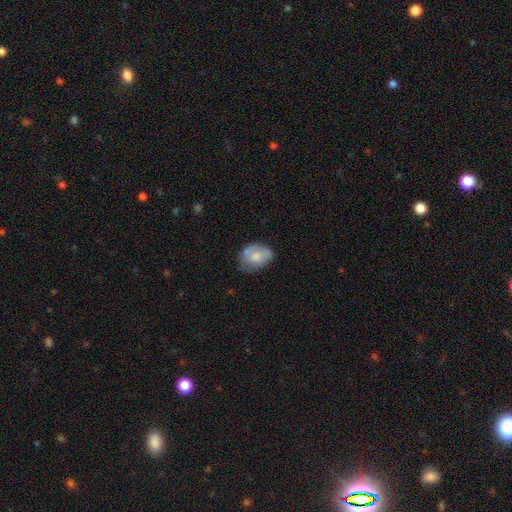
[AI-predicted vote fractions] A smooth galaxy with no disk features (69%) that is in between round and cigar-shaped (68%).

Vote fractions:
- Smooth or featured? smooth: 69% / featured or disk: 23% / star or artifact: 8%
- How rounded? in between: 68% / round: 31% / cigar-shaped: 1%
- Merging? none: 53% / minor disturbance: 32% / major disturbance: 11% / merger: 4%